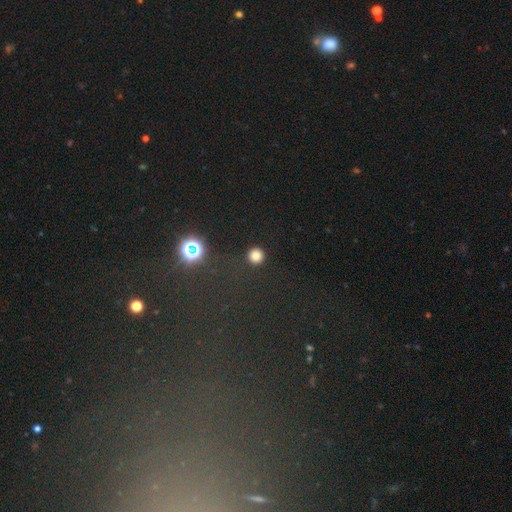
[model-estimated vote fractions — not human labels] A smooth galaxy with no disk features (79%) that is round (95%). Merging: none (91%).